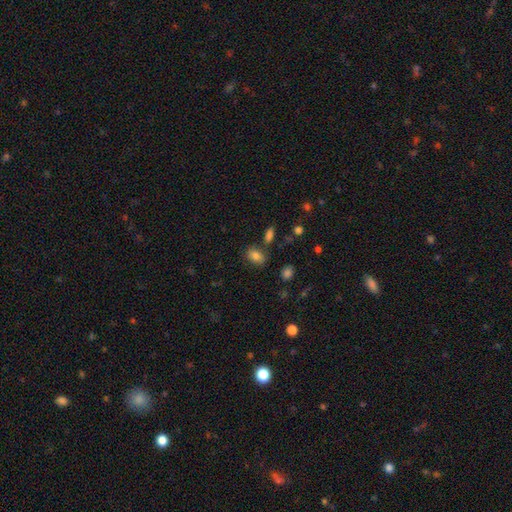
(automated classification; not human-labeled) A smooth galaxy with no disk features (80%) that is in between round and cigar-shaped (79%).

Vote fractions:
- Smooth or featured? smooth: 80% / star or artifact: 10% / featured or disk: 9%
- How rounded? in between: 79% / round: 19% / cigar-shaped: 2%
- Merging? none: 73% / minor disturbance: 15% / merger: 8% / major disturbance: 4%